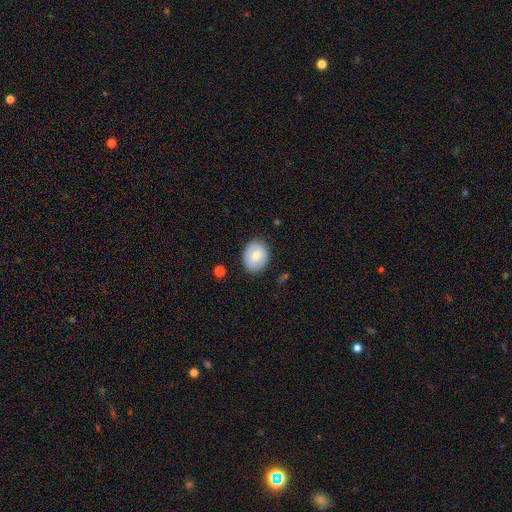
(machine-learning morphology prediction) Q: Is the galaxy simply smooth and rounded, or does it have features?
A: smooth — 69%.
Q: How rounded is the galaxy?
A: round — 56%.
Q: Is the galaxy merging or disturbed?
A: none — 85%.